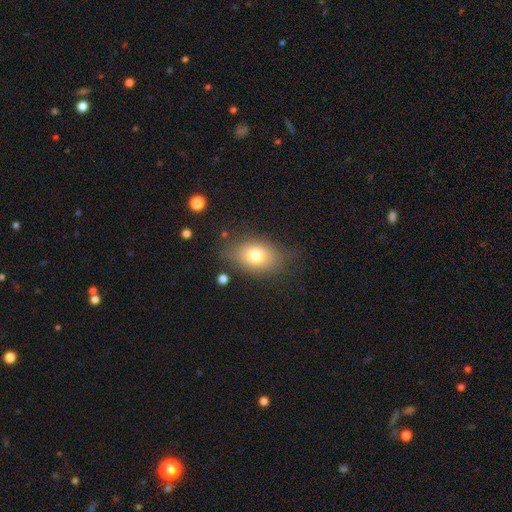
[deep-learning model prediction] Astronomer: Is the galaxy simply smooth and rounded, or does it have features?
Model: smooth — 77%.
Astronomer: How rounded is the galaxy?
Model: in between — 77%.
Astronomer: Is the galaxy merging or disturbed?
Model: none — 74%.